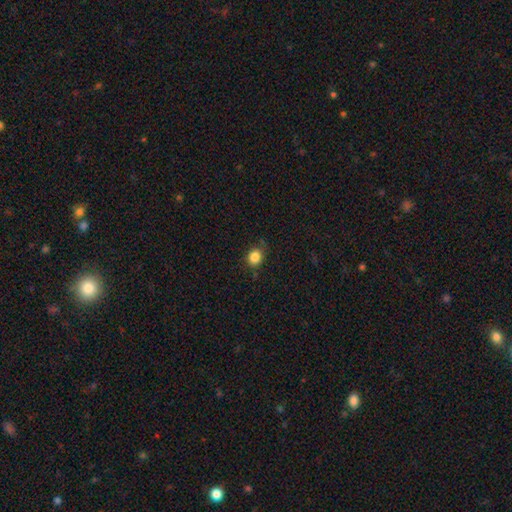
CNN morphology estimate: The model was most divided on "how rounded": round: 65%, in between: 34%, cigar-shaped: 1%. More confident: smooth or featured — smooth (85%); merging — none (76%).